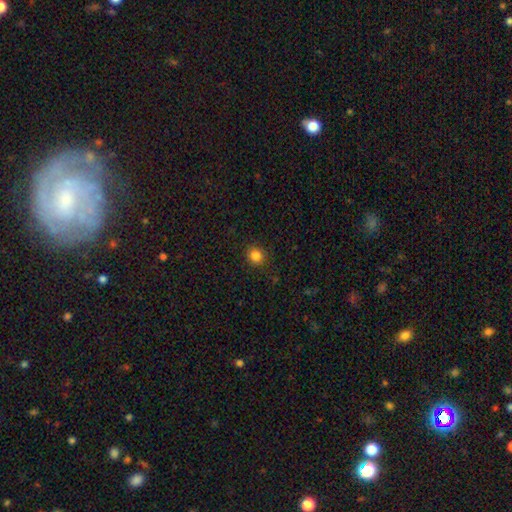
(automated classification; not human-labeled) Overall: smooth (84%). How rounded: round (88%). Merging: none (89%).